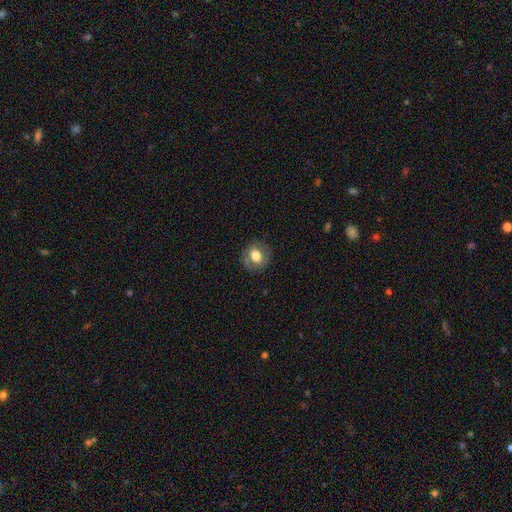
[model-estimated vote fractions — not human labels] Q: Smooth or featured?
A: smooth (68%); runner-up: featured or disk (23%)
Q: How rounded?
A: round (68%); runner-up: in between (31%)
Q: Merging?
A: none (78%); runner-up: minor disturbance (15%)